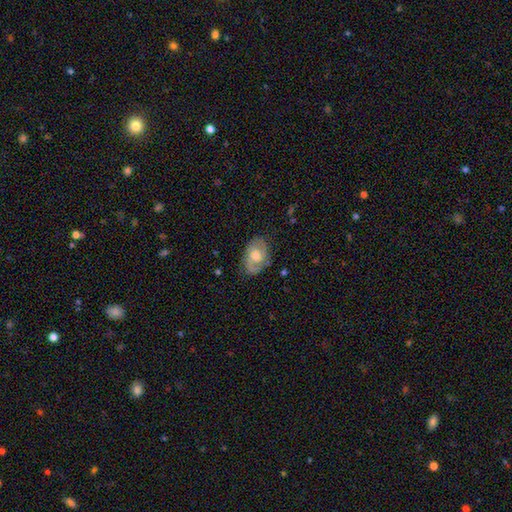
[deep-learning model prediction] Morphology: type=featured or disk (71%); edge-on=no (96%); bar=no (63%); spiral arms=yes (89%); winding=medium (46%); arm count=2 (78%); bulge=moderate (61%); merging=none (75%).